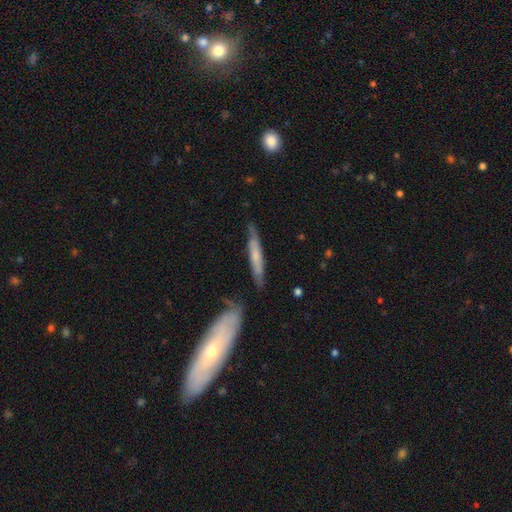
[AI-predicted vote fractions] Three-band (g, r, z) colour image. It shows a smooth galaxy with no disk features (48%). Merging: none (70%).